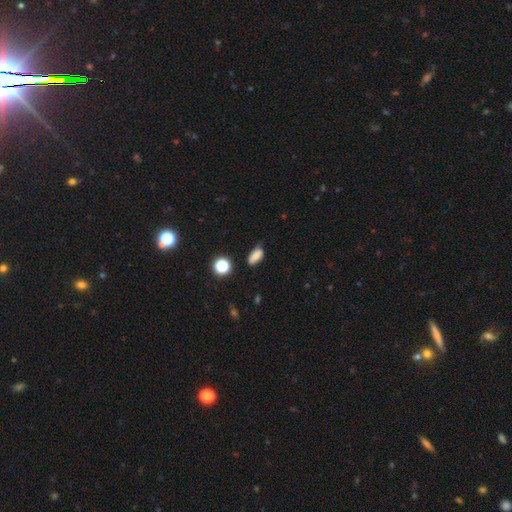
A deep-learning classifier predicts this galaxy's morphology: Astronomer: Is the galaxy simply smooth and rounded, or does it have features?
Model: smooth — 78%.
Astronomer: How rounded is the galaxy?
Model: in between — 81%.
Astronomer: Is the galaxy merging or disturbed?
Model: none — 58%.